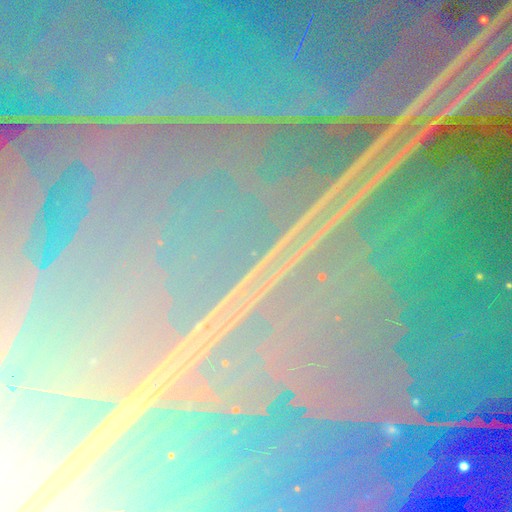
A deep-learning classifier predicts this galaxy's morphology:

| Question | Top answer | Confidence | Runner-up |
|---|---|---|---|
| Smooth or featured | star or artifact | 90% | featured or disk (6%) |